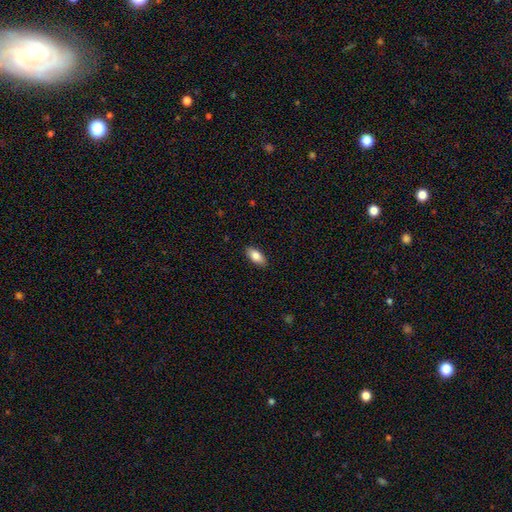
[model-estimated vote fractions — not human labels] Smooth or featured? smooth (84%)
How rounded? in between (91%)
Merging? none (88%)